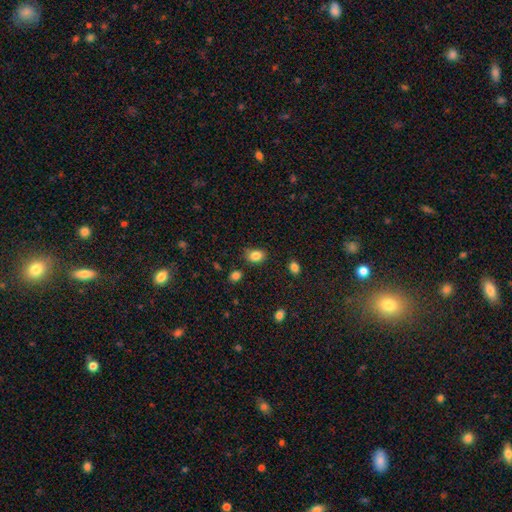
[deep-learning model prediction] Morphology: type=smooth (85%); roundness=in between (64%); merging=none (74%).